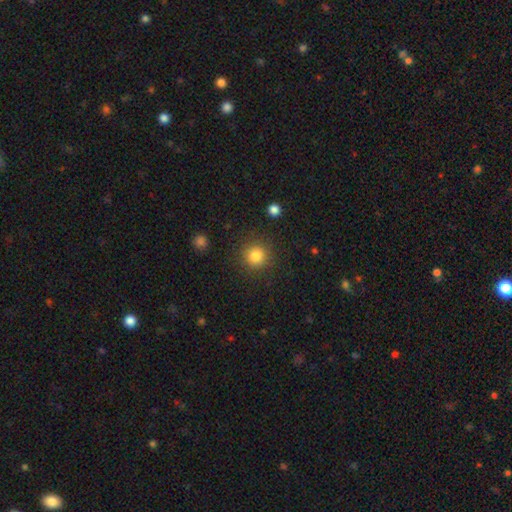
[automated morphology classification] type=smooth (83%); roundness=round (94%); merging=none (88%).